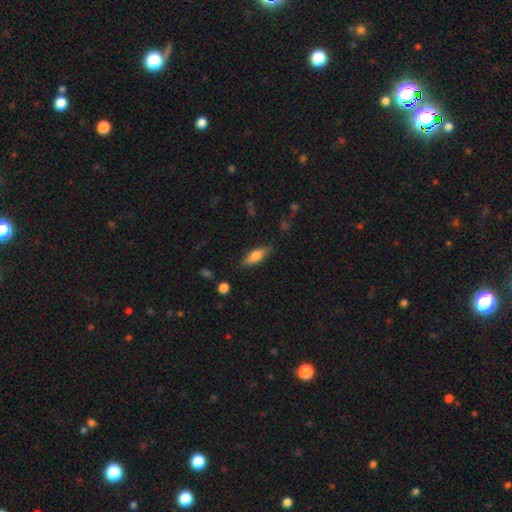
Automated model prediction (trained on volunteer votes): This appears to be a smooth galaxy with no disk features (75%) that is in between round and cigar-shaped (67%). Merging: none (81%).